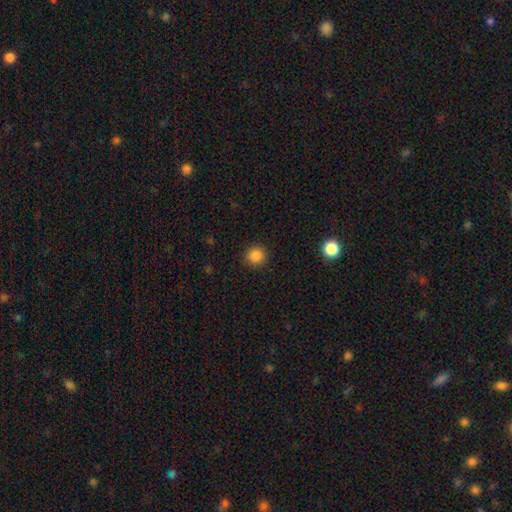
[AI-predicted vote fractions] Morphology: type=smooth (86%); roundness=round (94%); merging=none (91%).